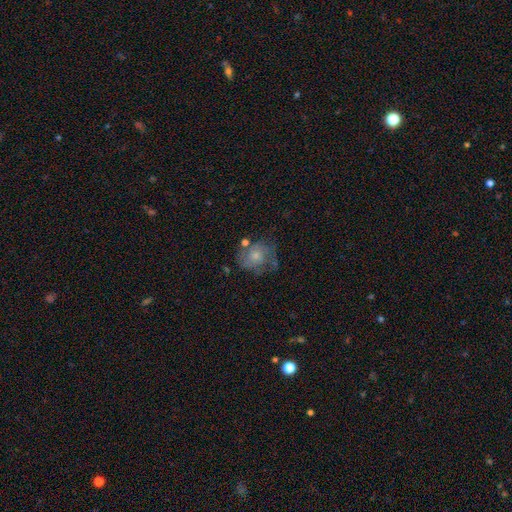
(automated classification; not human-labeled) Morphology: type=smooth (52%); roundness=round (69%); merging=none (48%).